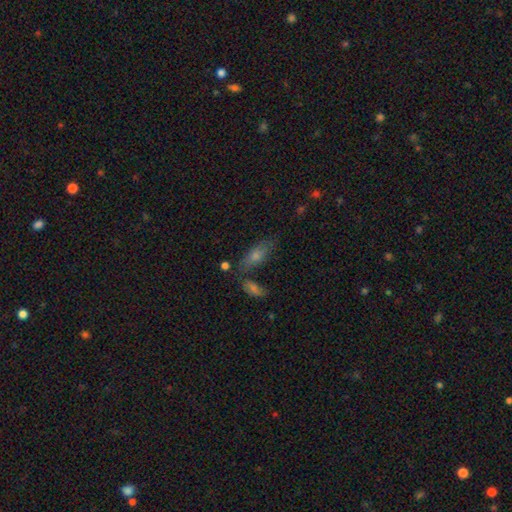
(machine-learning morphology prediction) Smooth or featured? Predicted: smooth (p=0.58). How rounded? Predicted: in between (p=0.63). Merging? Predicted: none (p=0.65).